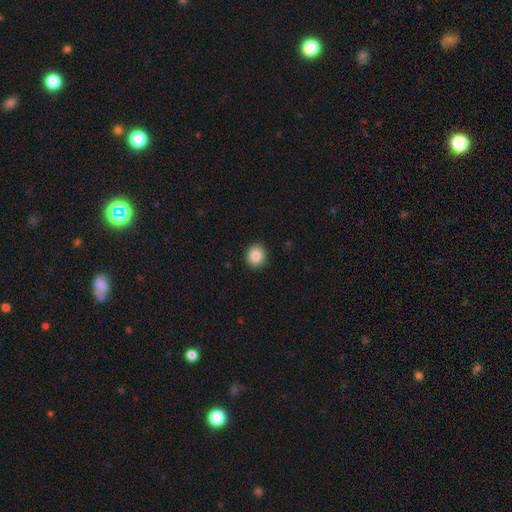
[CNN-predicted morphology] Q: Smooth or featured?
A: smooth (87%); runner-up: star or artifact (9%)
Q: How rounded?
A: round (78%); runner-up: in between (22%)
Q: Merging?
A: none (91%); runner-up: minor disturbance (6%)